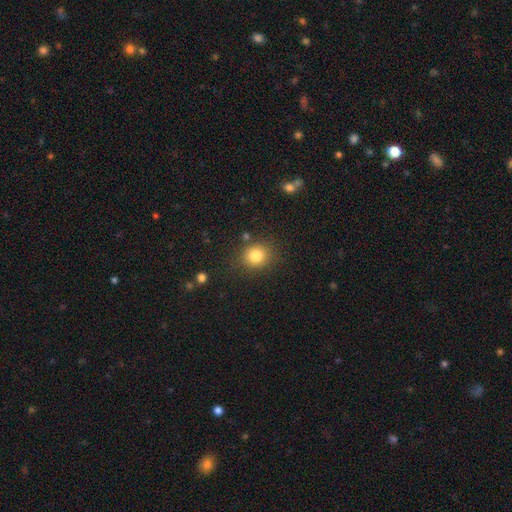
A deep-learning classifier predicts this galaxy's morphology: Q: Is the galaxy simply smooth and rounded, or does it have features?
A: smooth — 82%.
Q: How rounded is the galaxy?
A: round — 80%.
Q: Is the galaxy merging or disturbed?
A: none — 82%.